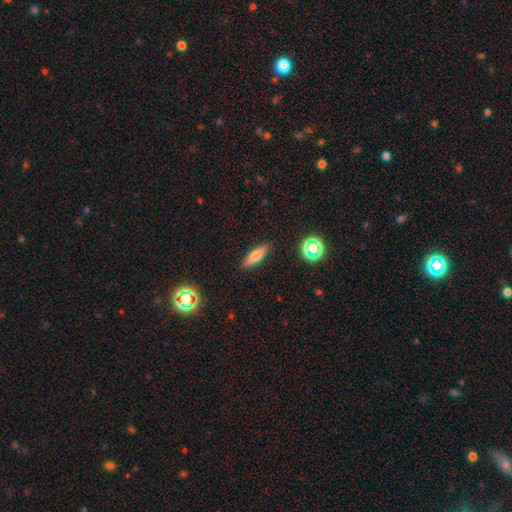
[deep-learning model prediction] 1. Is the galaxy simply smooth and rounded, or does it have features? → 64% smooth, 27% featured or disk, 10% star or artifact.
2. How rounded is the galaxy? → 62% cigar-shaped, 35% in between, 3% round.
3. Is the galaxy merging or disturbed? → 88% none, 8% minor disturbance, 2% major disturbance, 1% merger.